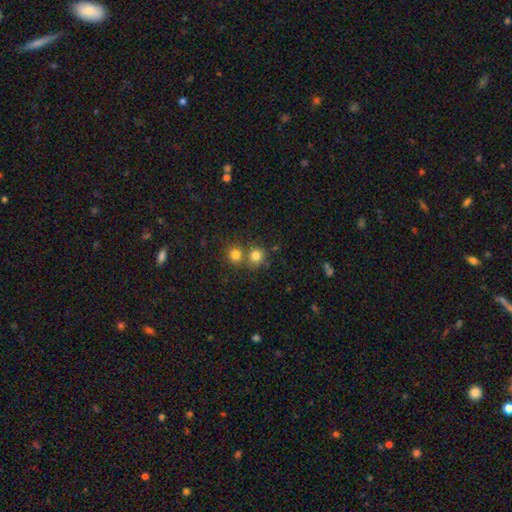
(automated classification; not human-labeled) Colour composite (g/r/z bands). It shows a smooth galaxy with no disk features (80%) that is round (88%). Merging: none (57%).